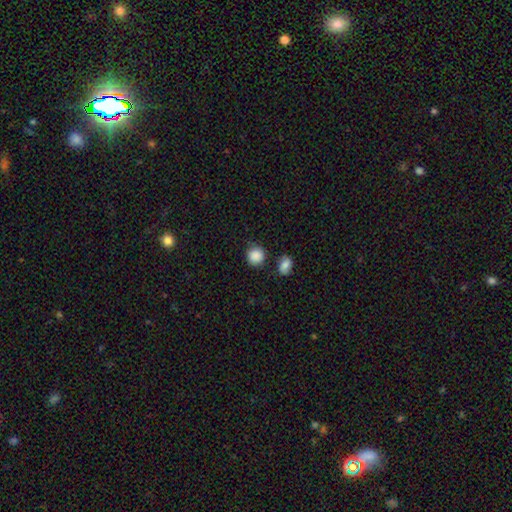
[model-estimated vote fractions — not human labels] A smooth galaxy with no disk features (88%) that is round (90%). Merging: none (79%).